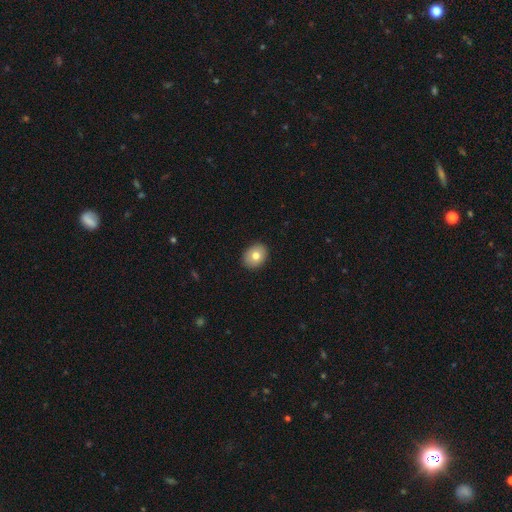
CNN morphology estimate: A smooth galaxy with no disk features (78%) that is in between round and cigar-shaped (56%). Merging: none (90%).